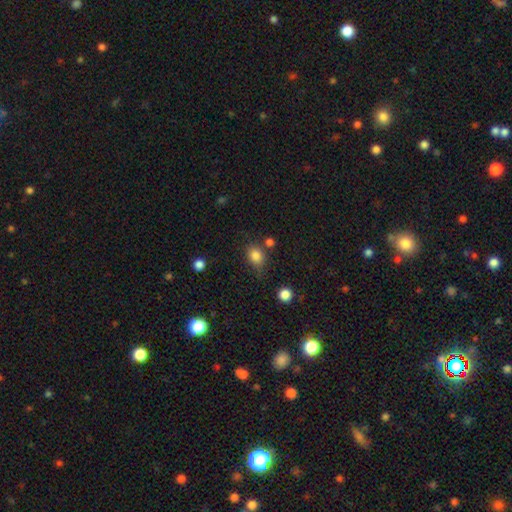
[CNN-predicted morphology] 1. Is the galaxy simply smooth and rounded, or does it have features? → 83% smooth, 11% star or artifact, 6% featured or disk.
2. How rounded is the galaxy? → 51% round, 47% in between, 1% cigar-shaped.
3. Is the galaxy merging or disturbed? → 66% none, 19% minor disturbance, 9% merger, 6% major disturbance.